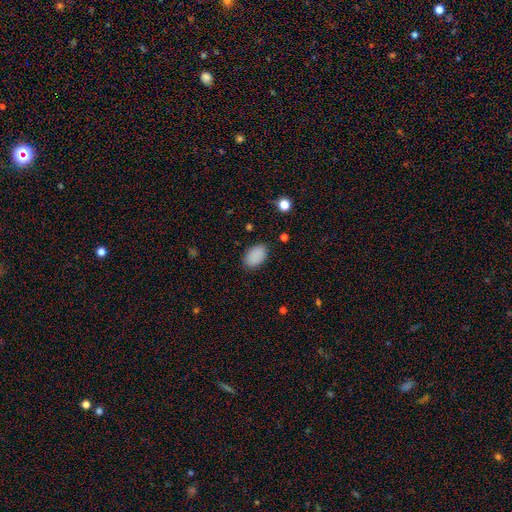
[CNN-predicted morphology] Overall: smooth (88%). How rounded: in between (91%). Merging: none (85%).